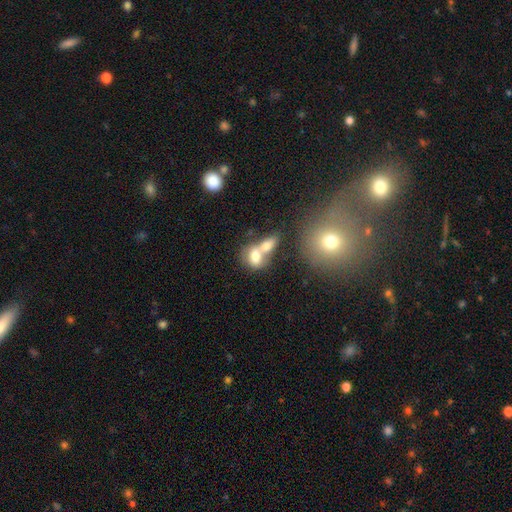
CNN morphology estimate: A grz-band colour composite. It shows a smooth galaxy with no disk features (70%) that is in between round and cigar-shaped (64%). Merging: merger (68%).